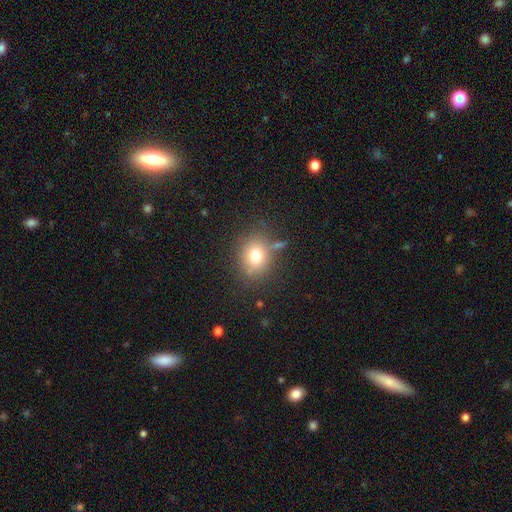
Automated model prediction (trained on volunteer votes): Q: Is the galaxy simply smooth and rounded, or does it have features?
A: smooth — 75%.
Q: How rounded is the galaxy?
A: round — 71%.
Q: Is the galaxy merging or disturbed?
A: none — 75%.